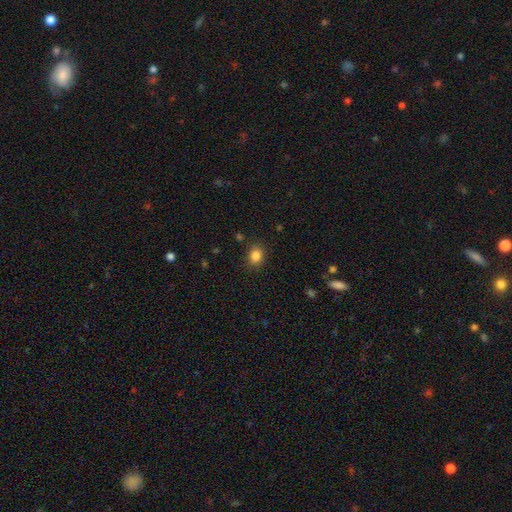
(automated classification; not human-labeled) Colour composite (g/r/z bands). It shows a smooth galaxy with no disk features (85%) that is round (56%). Merging: none (86%).